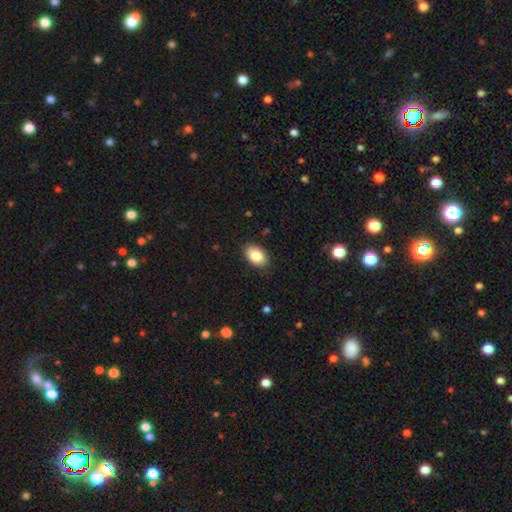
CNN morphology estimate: smooth 85%, featured or disk 8%, star or artifact 7%. Down the decision tree: how rounded — in between (90%); merging — none (87%).